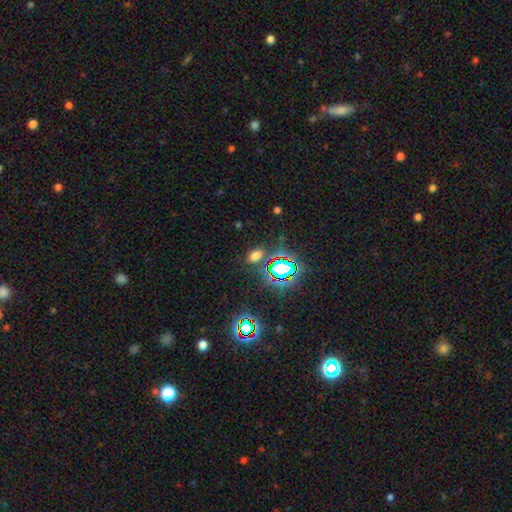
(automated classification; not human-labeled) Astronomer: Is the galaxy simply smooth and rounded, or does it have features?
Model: smooth — 56% (runner-up: star or artifact, 37%).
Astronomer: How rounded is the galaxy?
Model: in between — 78%.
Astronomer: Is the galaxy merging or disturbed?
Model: none — 79%.